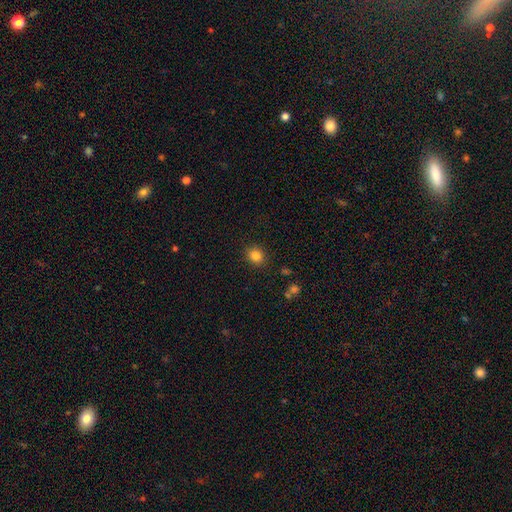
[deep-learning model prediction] smooth-or-featured: smooth: 84% | star or artifact: 11% | featured or disk: 5%
  how-rounded: round: 73% | in between: 26% | cigar-shaped: 1%
  merging: none: 89% | minor disturbance: 8% | major disturbance: 2% | merger: 1%